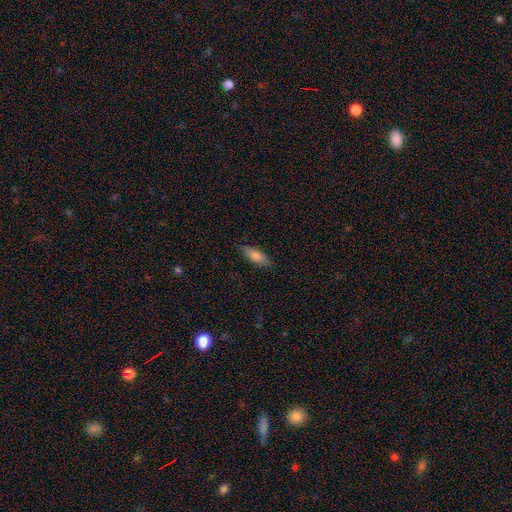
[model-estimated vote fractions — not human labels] smooth-or-featured: smooth: 78% | featured or disk: 16% | star or artifact: 7%
  how-rounded: in between: 61% | cigar-shaped: 37% | round: 2%
  merging: none: 86% | minor disturbance: 11% | major disturbance: 2% | merger: 1%